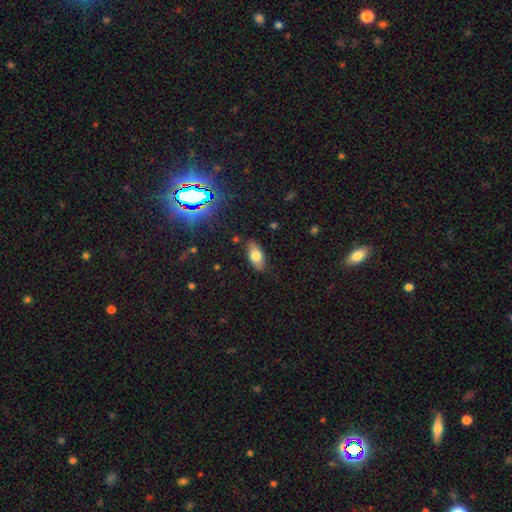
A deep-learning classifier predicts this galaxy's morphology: Smooth or featured? Predicted: smooth (p=0.74). How rounded? Predicted: in between (p=0.89). Merging? Predicted: none (p=0.83).